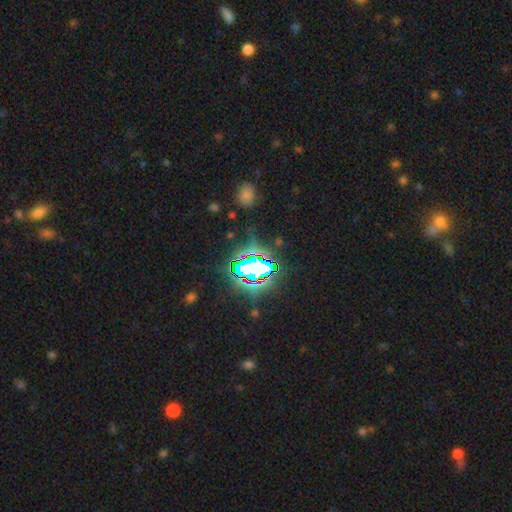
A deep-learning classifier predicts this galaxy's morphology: Smooth or featured? Predicted: star or artifact (p=0.79).